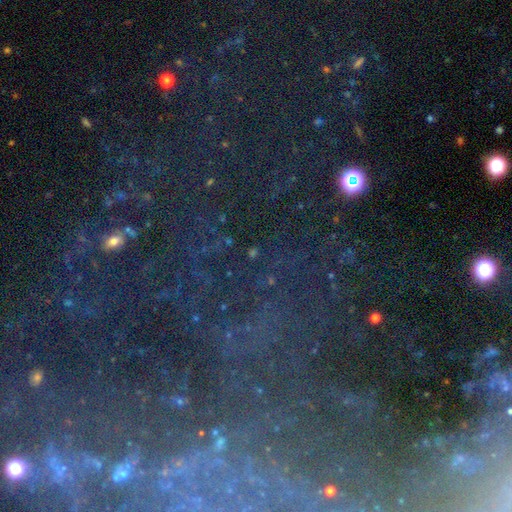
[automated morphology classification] type=star or artifact (69%).